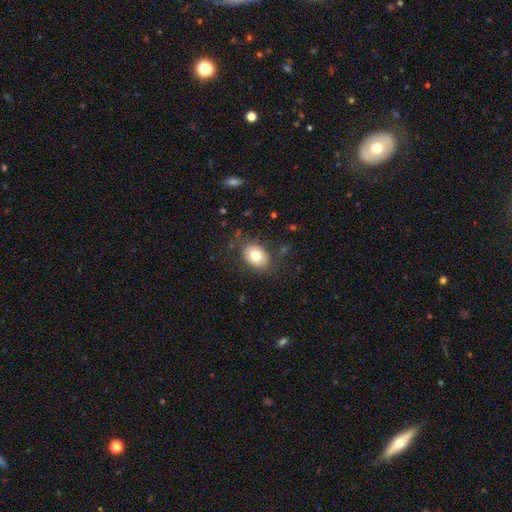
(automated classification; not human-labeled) Smooth or featured: smooth — 78% (featured or disk — 14%)
How rounded: in between — 70% (round — 29%)
Merging: none — 82% (minor disturbance — 12%)